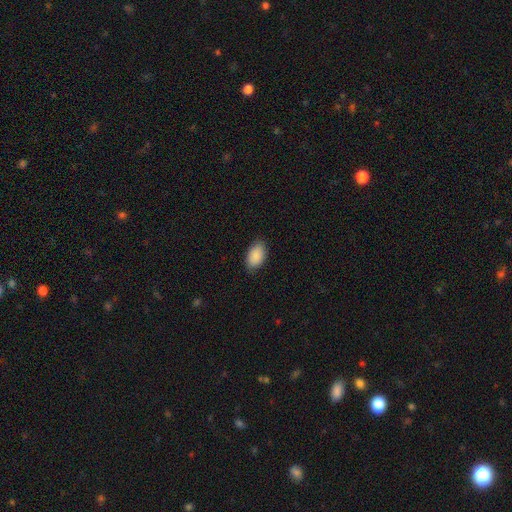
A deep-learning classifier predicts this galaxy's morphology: Q: Smooth or featured?
A: smooth (90%); runner-up: star or artifact (6%)
Q: How rounded?
A: in between (93%); runner-up: round (6%)
Q: Merging?
A: none (85%); runner-up: minor disturbance (12%)